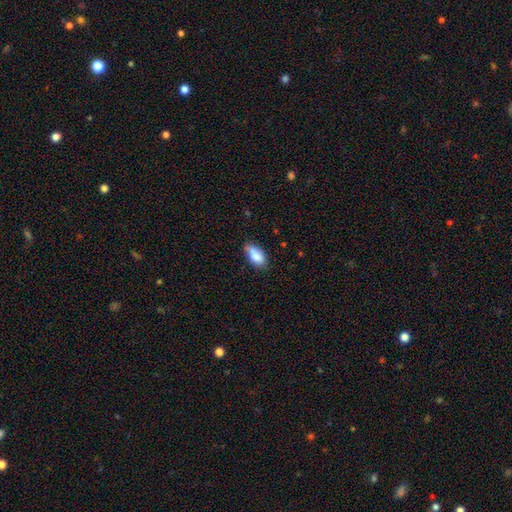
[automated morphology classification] This is clearly a smooth galaxy (83%). How rounded: clearly in between (89%). Merging: likely none (63%).